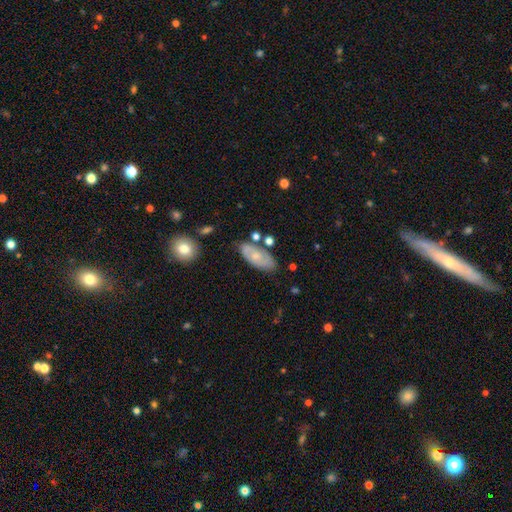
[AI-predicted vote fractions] Smooth or featured? featured or disk (47%)
Merging? none (70%)